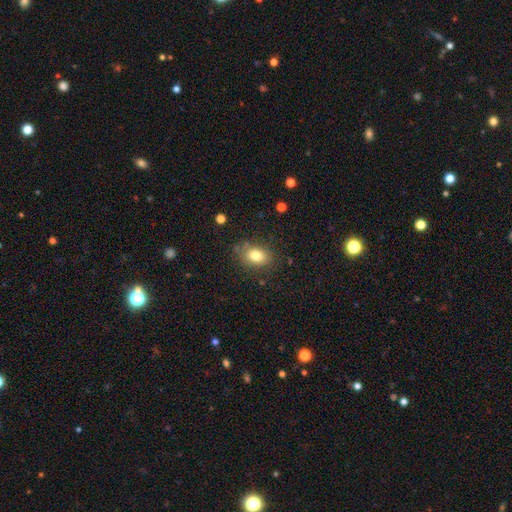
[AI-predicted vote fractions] Smooth or featured: smooth — 80% (featured or disk — 11%)
How rounded: in between — 77% (round — 22%)
Merging: none — 77% (minor disturbance — 16%)